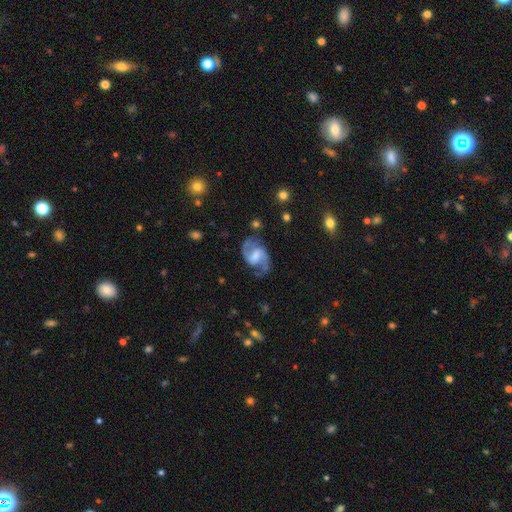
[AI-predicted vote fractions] This is clearly a featured or disk galaxy (88%). It is clearly not viewed edge-on (98%). Bar: possibly weak (54%). Spiral arm pattern: clearly yes (96%). Spiral arm count: clearly 2 (92%). Spiral winding: possibly medium (57%). Central bulge: marginally moderate (41%). Merging: likely none (74%).